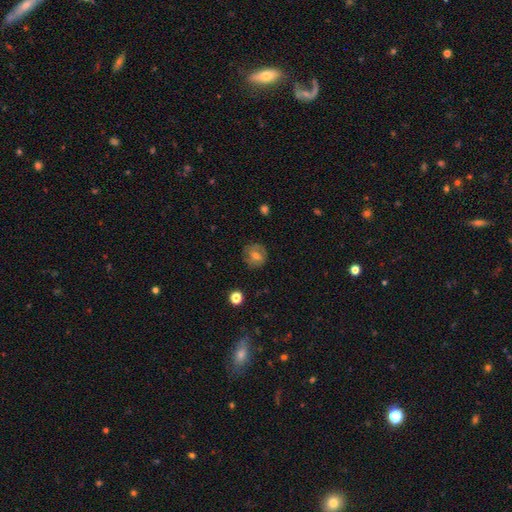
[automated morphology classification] smooth 58%, featured or disk 31%, star or artifact 11%. Down the decision tree: how rounded — round (86%); merging — none (80%).